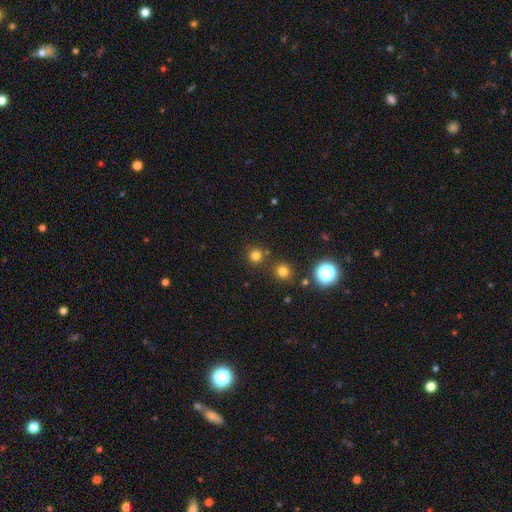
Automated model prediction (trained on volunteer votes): Smooth or featured: smooth — 74% (star or artifact — 20%)
How rounded: round — 92% (in between — 7%)
Merging: none — 78% (merger — 11%)